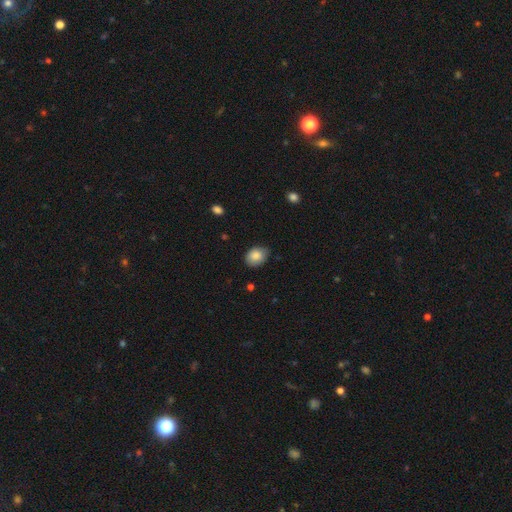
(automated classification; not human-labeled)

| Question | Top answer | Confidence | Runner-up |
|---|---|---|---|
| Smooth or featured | smooth | 85% | star or artifact (8%) |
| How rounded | in between | 58% | round (41%) |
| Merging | none | 76% | minor disturbance (19%) |